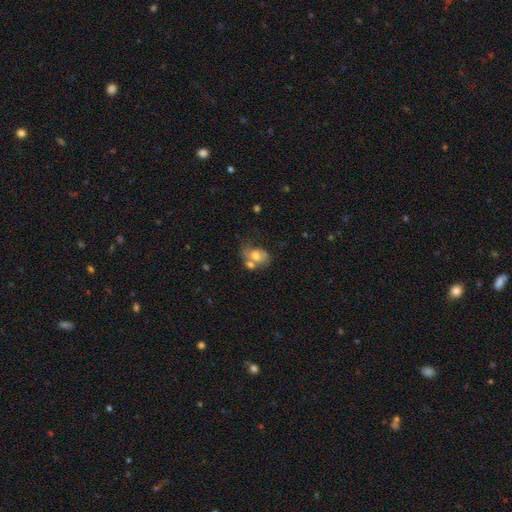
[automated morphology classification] This appears to be a smooth galaxy with no disk features (61%) that is in between round and cigar-shaped (69%). Merging: merger (41%).